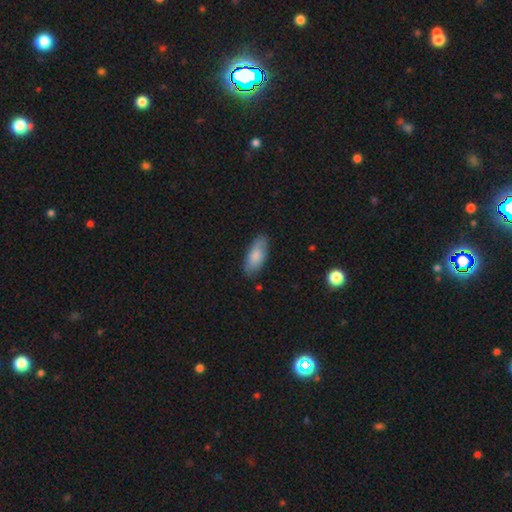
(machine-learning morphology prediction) Smooth or featured? Predicted: smooth (p=0.82). How rounded? Predicted: in between (p=0.82). Merging? Predicted: none (p=0.79).